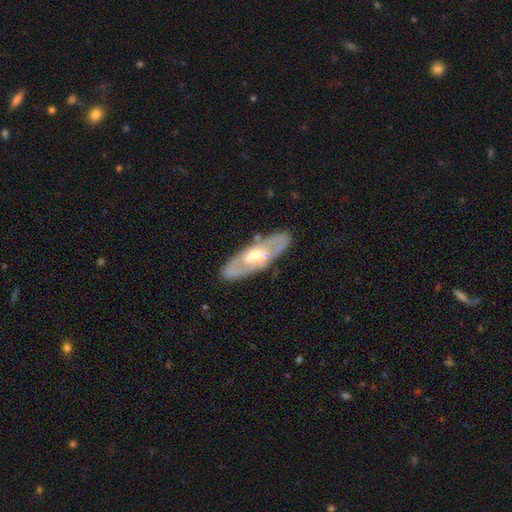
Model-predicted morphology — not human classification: type=featured or disk (70%); edge-on=no (76%); bar=no (43%); spiral arms=no (53%); bulge=moderate (64%); merging=none (84%).